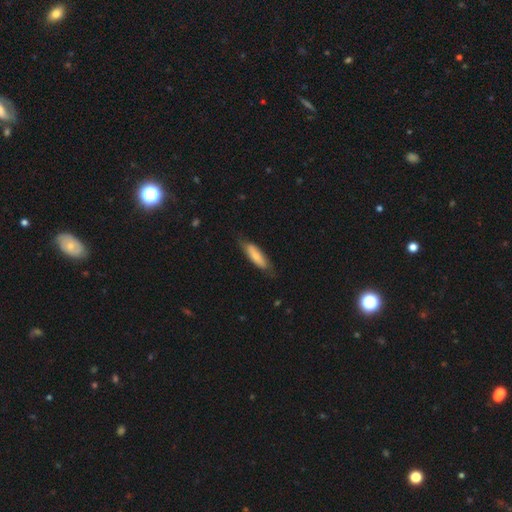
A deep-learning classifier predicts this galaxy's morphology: type=smooth (73%); roundness=cigar-shaped (55%); merging=none (70%).